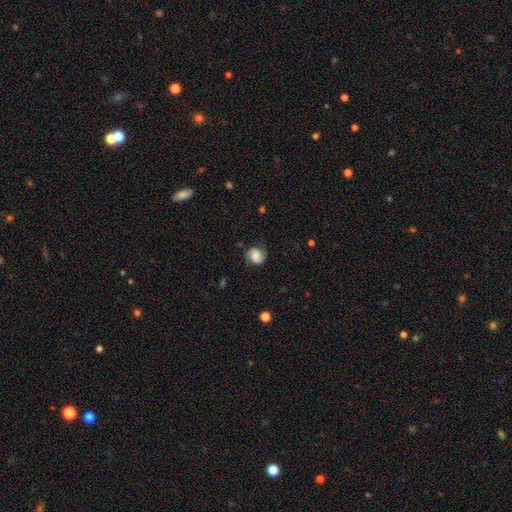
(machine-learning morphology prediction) smooth-or-featured: featured or disk: 49% | smooth: 42% | star or artifact: 9%
  merging: none: 76% | minor disturbance: 17% | major disturbance: 6% | merger: 1%